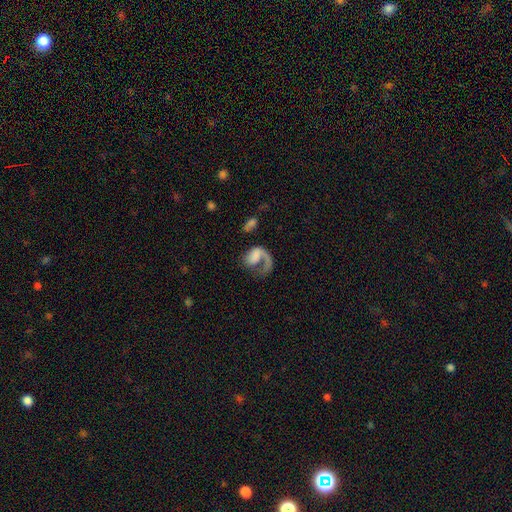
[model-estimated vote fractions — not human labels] Smooth or featured?
  - featured or disk: 65% *
  - smooth: 27%
  - star or artifact: 8%
Edge-on disk?
  - no: 98% *
  - yes: 2%
Bar?
  - no: 72% *
  - weak: 22%
  - strong: 7%
Spiral arms?
  - yes: 82% *
  - no: 18%
Spiral winding?
  - loose: 52% *
  - medium: 30%
  - tight: 18%
Spiral arm count?
  - 1: 91% *
  - 2: 3%
  - can't tell: 3%
  - 3: 1%
  - more than 4: 1%
  - 4: 1%
Bulge size?
  - none: 53% *
  - small: 16%
  - moderate: 14%
  - large: 12%
  - dominant: 5%
Merging?
  - major disturbance: 47% *
  - none: 32%
  - minor disturbance: 12%
  - merger: 8%